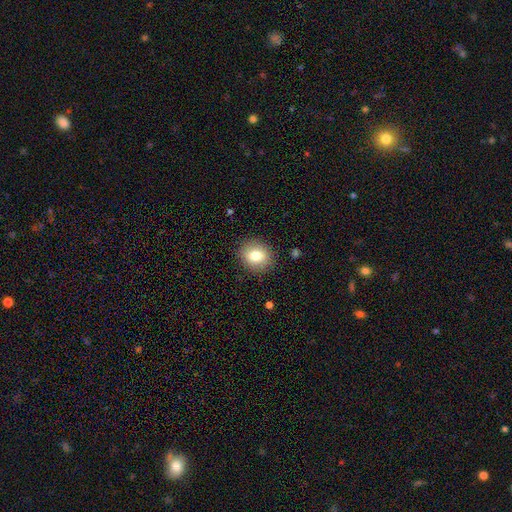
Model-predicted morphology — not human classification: Q: Smooth or featured?
A: smooth (78%); runner-up: featured or disk (12%)
Q: How rounded?
A: round (69%); runner-up: in between (30%)
Q: Merging?
A: none (88%); runner-up: minor disturbance (8%)